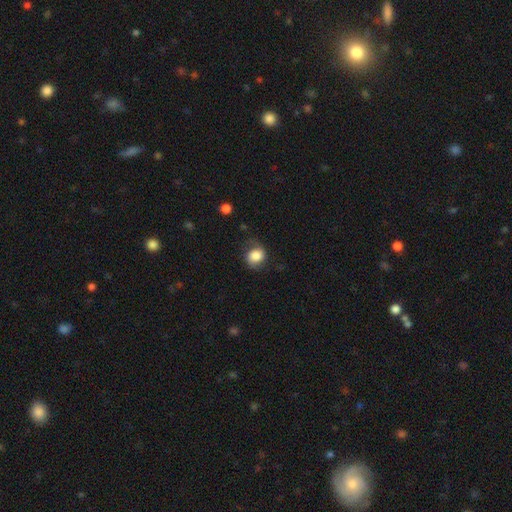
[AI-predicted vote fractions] Smooth or featured?
  - smooth: 69% *
  - featured or disk: 22%
  - star or artifact: 9%
How rounded?
  - round: 66% *
  - in between: 33%
  - cigar-shaped: 1%
Merging?
  - none: 60% *
  - minor disturbance: 26%
  - major disturbance: 13%
  - merger: 2%